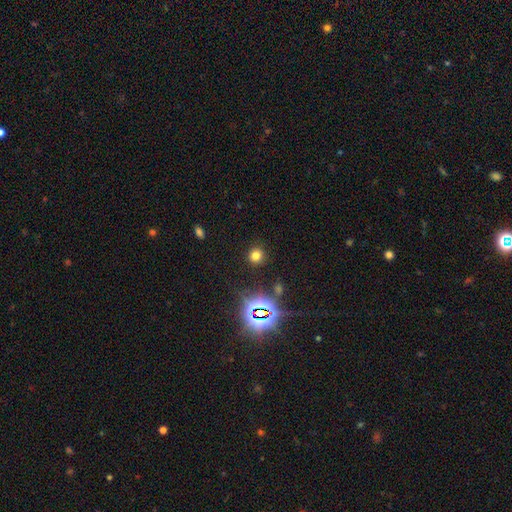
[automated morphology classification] A smooth galaxy with no disk features (71%) that is round (90%). Merging: none (89%).